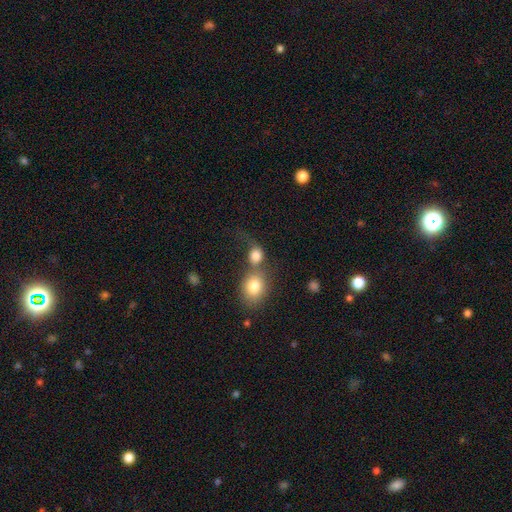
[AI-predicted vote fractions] Overall: smooth (80%). How rounded: round (68%; in between 30%). Merging: merger (55%; none 25%).